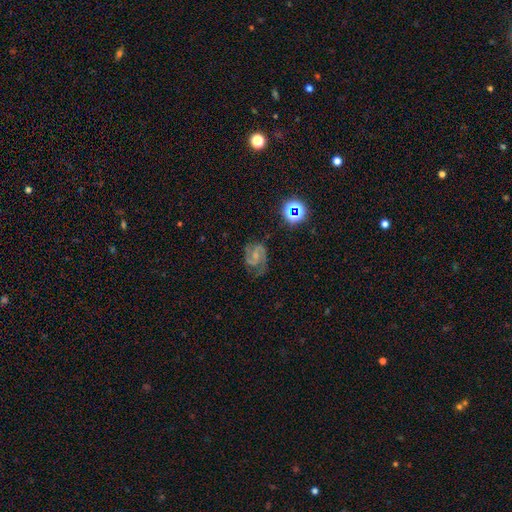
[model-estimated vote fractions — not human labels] Morphology: type=featured or disk (82%); edge-on=no (98%); bar=weak (49%); spiral arms=yes (97%); winding=medium (57%); arm count=2 (85%); bulge=small (47%); merging=none (65%).